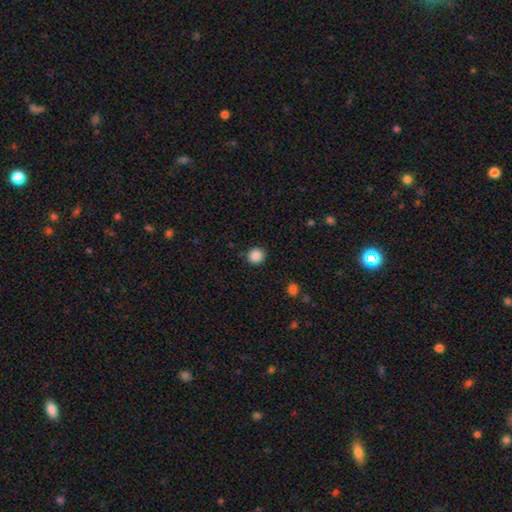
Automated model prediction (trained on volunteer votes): Smooth or featured? Predicted: smooth (p=0.88). How rounded? Predicted: round (p=0.91). Merging? Predicted: none (p=0.90).